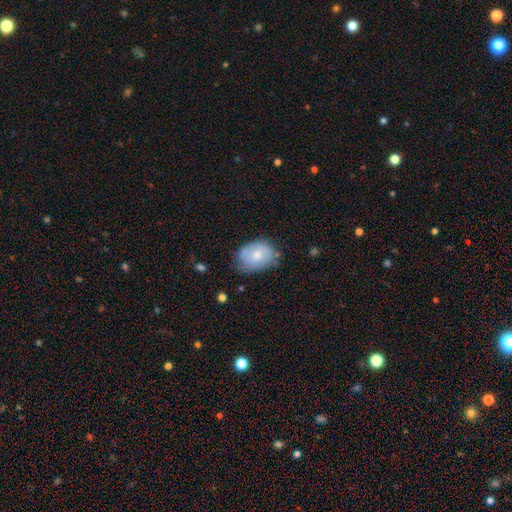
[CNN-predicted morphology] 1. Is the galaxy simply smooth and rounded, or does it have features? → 66% smooth, 27% featured or disk, 7% star or artifact.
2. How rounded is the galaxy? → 70% in between, 29% round, 1% cigar-shaped.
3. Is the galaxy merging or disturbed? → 59% none, 31% minor disturbance, 8% major disturbance, 2% merger.